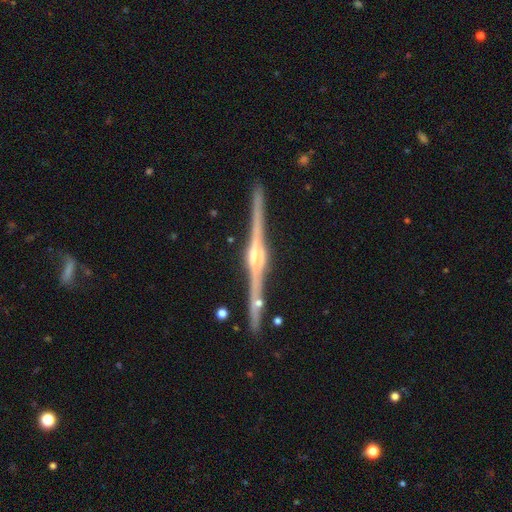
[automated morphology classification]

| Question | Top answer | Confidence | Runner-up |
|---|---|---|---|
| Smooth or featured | featured or disk | 92% | star or artifact (5%) |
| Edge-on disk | yes | 99% | no (1%) |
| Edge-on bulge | rounded | 78% | boxy (17%) |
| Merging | none | 89% | minor disturbance (6%) |